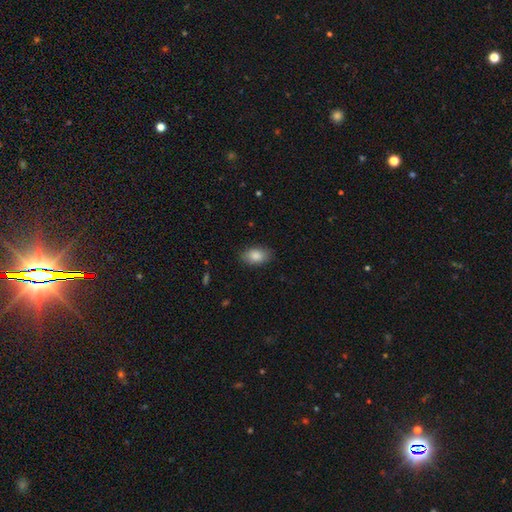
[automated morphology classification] smooth_or_featured: smooth (p=0.87) [alt: star or artifact p=0.07]
how_rounded: in between (p=0.91) [alt: round p=0.07]
merging: none (p=0.85) [alt: minor disturbance p=0.11]